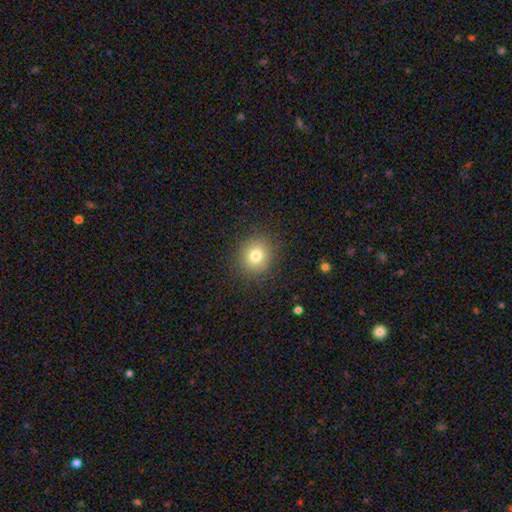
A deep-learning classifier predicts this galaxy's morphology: Q: Smooth or featured?
A: smooth (79%); runner-up: star or artifact (12%)
Q: How rounded?
A: round (87%); runner-up: in between (13%)
Q: Merging?
A: none (88%); runner-up: minor disturbance (8%)